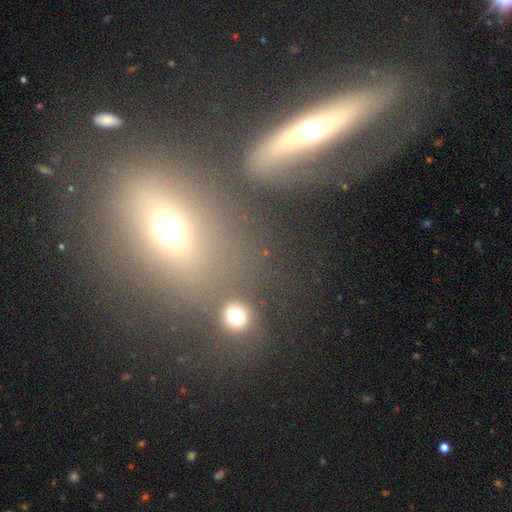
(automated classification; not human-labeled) Smooth or featured?
  - smooth: 48% *
  - featured or disk: 34%
  - star or artifact: 18%
Merging?
  - none: 57% *
  - merger: 20%
  - minor disturbance: 14%
  - major disturbance: 9%